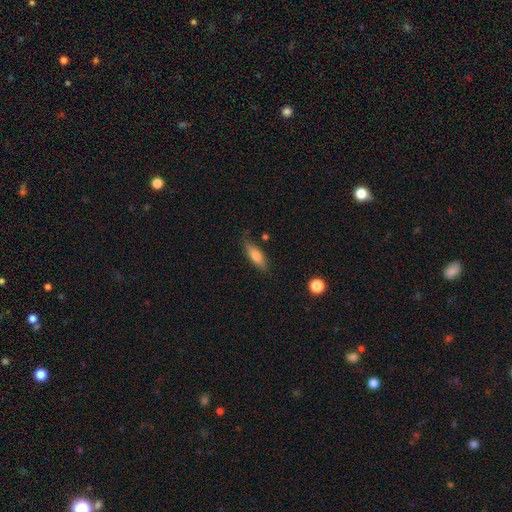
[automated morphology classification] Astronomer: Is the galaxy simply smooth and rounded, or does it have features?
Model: smooth — 67%.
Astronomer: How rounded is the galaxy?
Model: in between — 50% (runner-up: cigar-shaped, 47%).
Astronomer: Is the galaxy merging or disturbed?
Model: none — 79%.